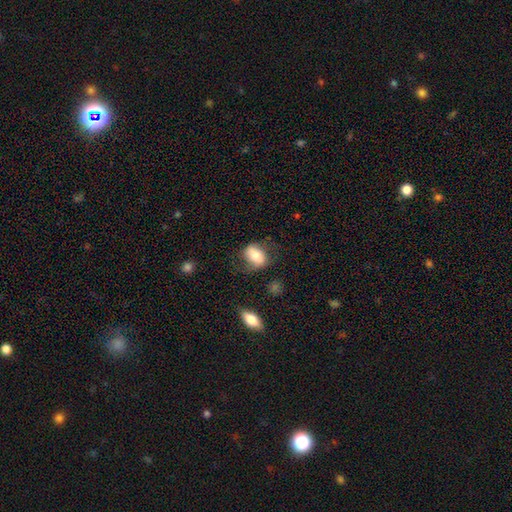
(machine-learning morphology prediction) Smooth or featured? smooth (67%)
How rounded? in between (76%)
Merging? none (60%)